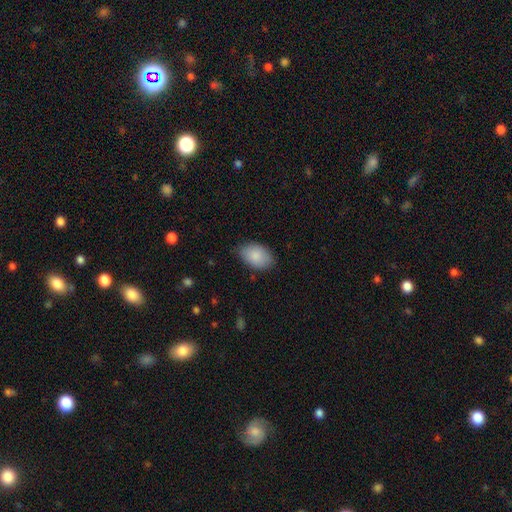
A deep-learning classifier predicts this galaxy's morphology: Smooth or featured? smooth (87%)
How rounded? in between (91%)
Merging? none (78%)